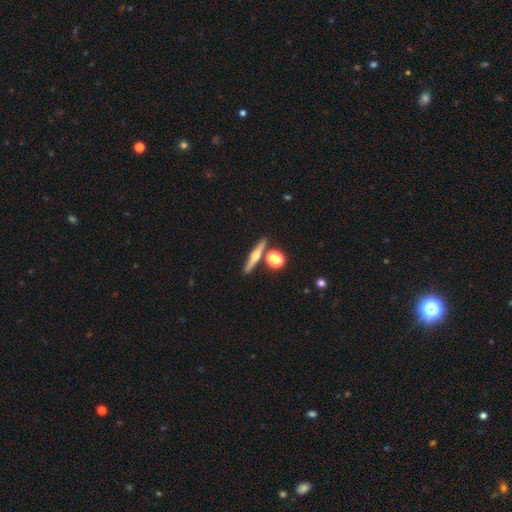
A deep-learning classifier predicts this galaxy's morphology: This is likely a featured or disk galaxy (64%). It is clearly viewed edge-on (95%). Edge-on bulge: clearly rounded (93%). Merging: likely none (80%).